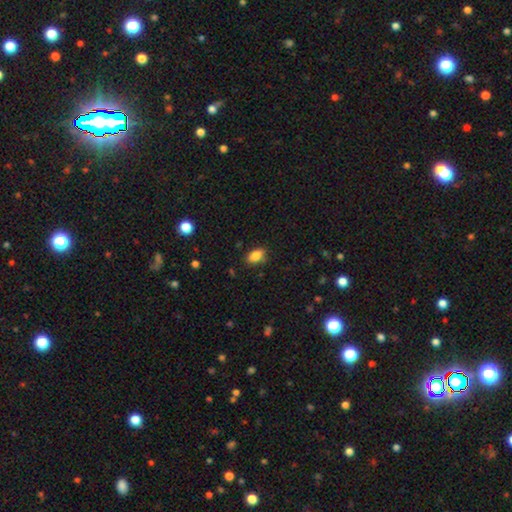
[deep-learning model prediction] Overall: smooth (85%). How rounded: in between (89%). Merging: none (82%).